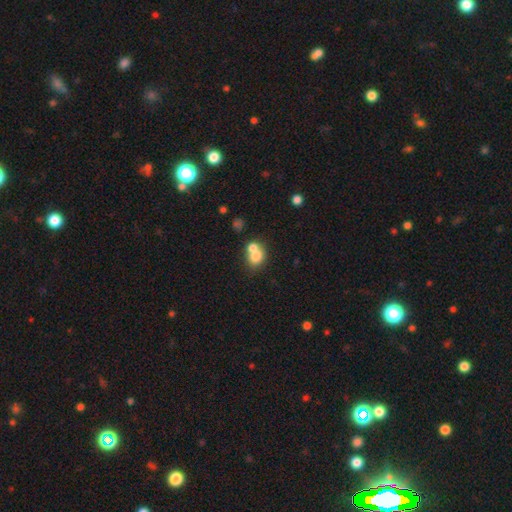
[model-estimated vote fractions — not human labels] This appears to be a smooth galaxy with no disk features (74%) that is round (63%). Merging: merger (57%).